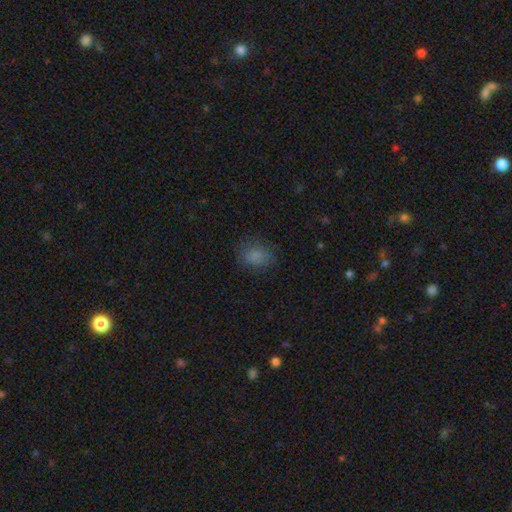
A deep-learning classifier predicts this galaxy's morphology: Overall: smooth (82%). How rounded: in between (53%; round 46%). Merging: none (77%).